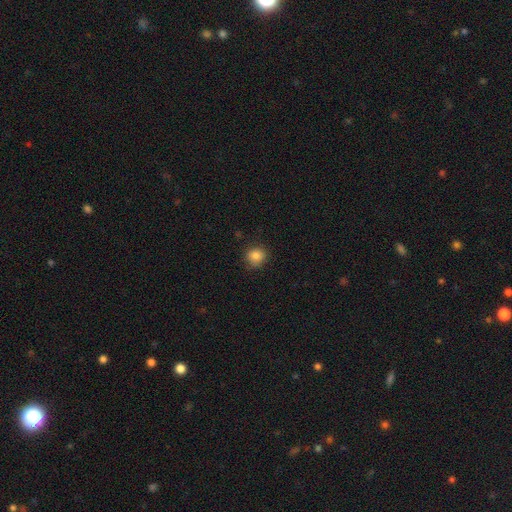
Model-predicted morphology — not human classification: Overall: smooth (83%). How rounded: round (80%). Merging: none (81%).